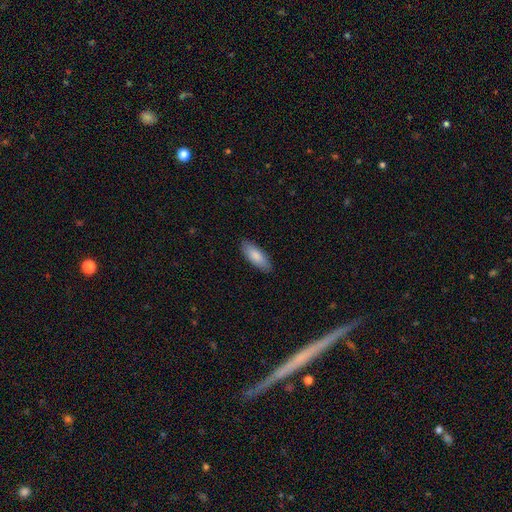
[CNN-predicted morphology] This is clearly a smooth galaxy (85%). How rounded: likely in between (70%). Merging: clearly none (88%).